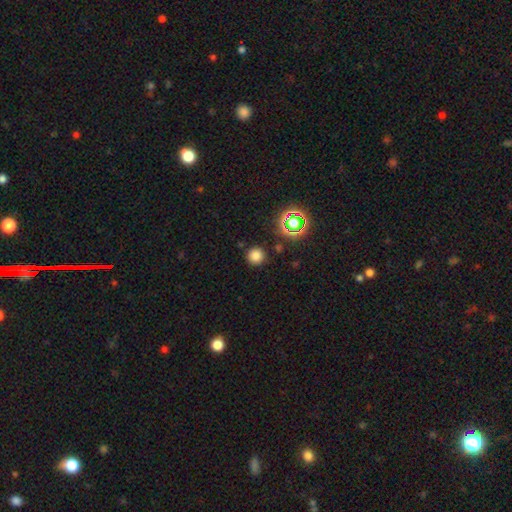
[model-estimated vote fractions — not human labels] Smooth or featured?
  - smooth: 77% *
  - star or artifact: 18%
  - featured or disk: 5%
How rounded?
  - round: 95% *
  - in between: 4%
  - cigar-shaped: 1%
Merging?
  - none: 88% *
  - minor disturbance: 7%
  - merger: 3%
  - major disturbance: 2%